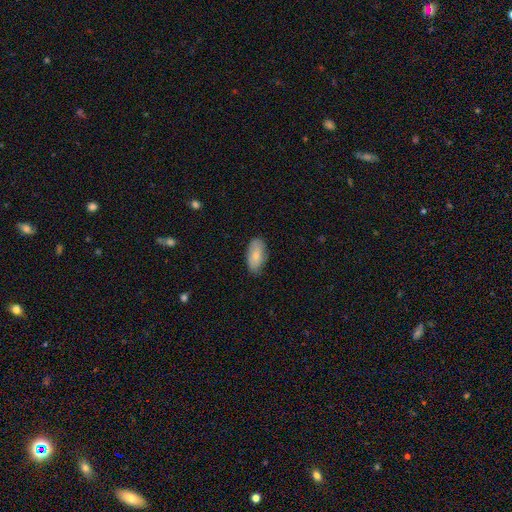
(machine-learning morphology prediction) Smooth or featured? smooth (79%)
How rounded? in between (93%)
Merging? none (78%)